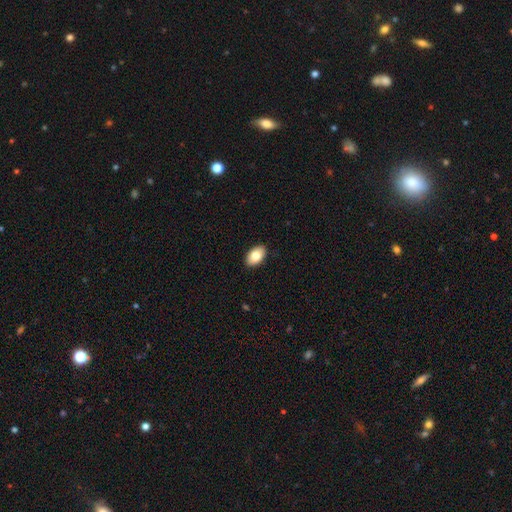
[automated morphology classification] Smooth or featured? smooth (82%)
How rounded? in between (93%)
Merging? none (90%)